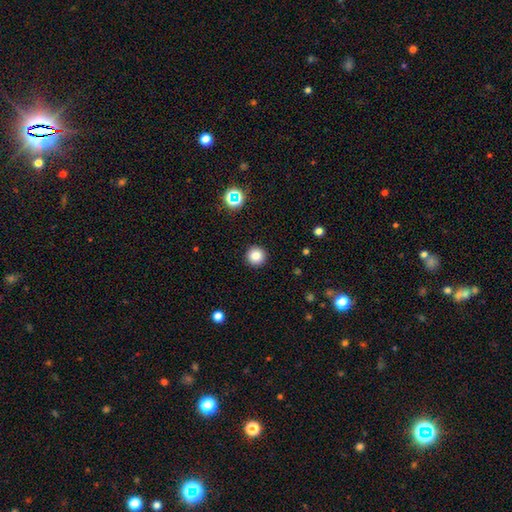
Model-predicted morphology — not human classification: This appears to be a smooth galaxy with no disk features (83%) that is round (96%). Merging: none (93%).